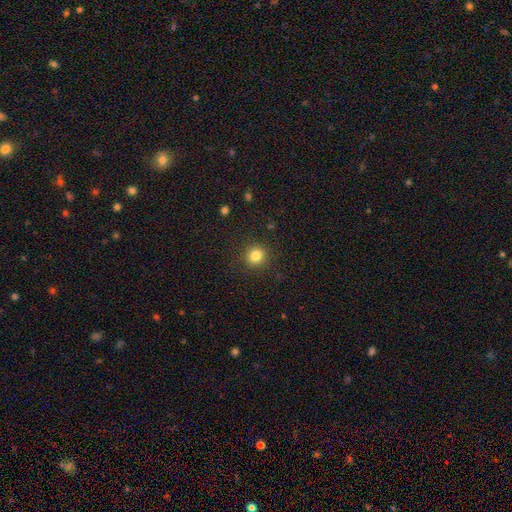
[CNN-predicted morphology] This appears to be a smooth galaxy with no disk features (83%) that is round (90%). Merging: none (90%).